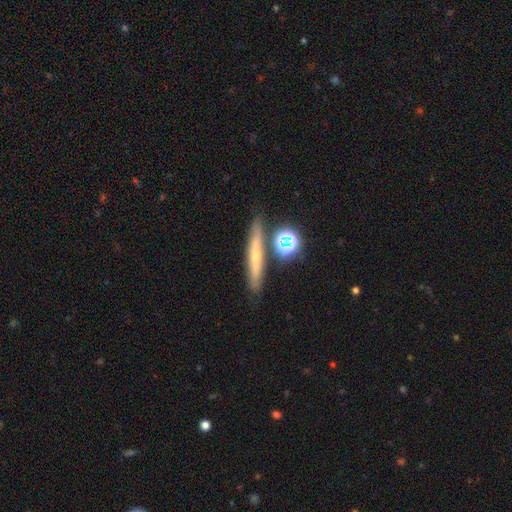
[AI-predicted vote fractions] Morphology: type=smooth (45%); merging=none (77%).